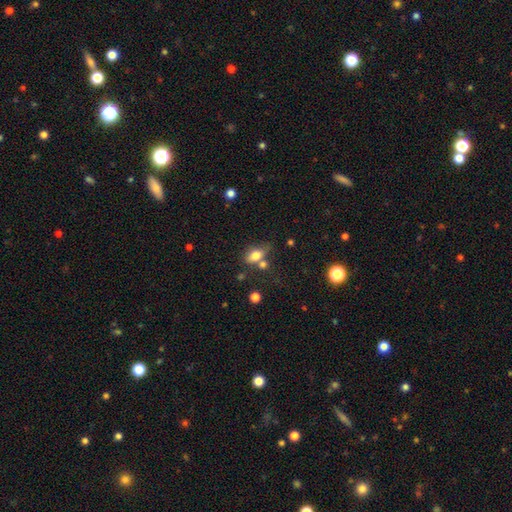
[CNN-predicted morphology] smooth_or_featured: smooth (p=0.76) [alt: featured or disk p=0.13]
how_rounded: in between (p=0.81) [alt: round p=0.15]
merging: none (p=0.51) [alt: merger p=0.25]